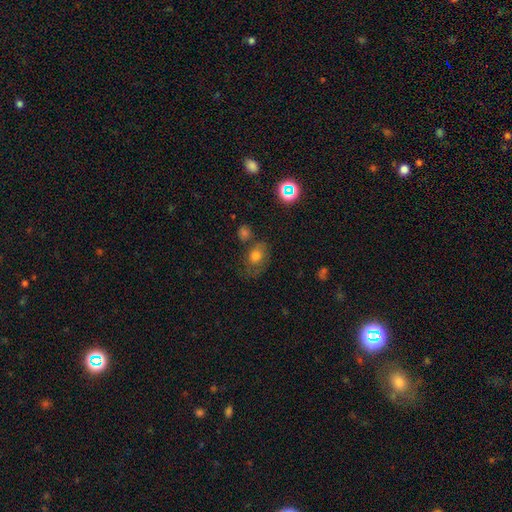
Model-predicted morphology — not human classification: smooth 66%, featured or disk 18%, star or artifact 16%. Down the decision tree: how rounded — in between (54%); merging — none (52%).